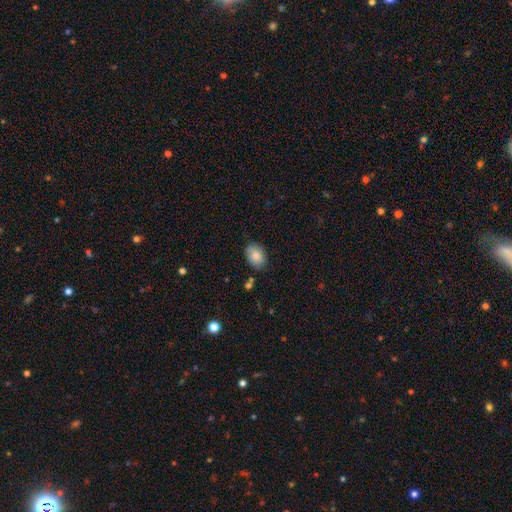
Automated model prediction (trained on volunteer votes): Smooth or featured? smooth (85%)
How rounded? in between (83%)
Merging? none (82%)